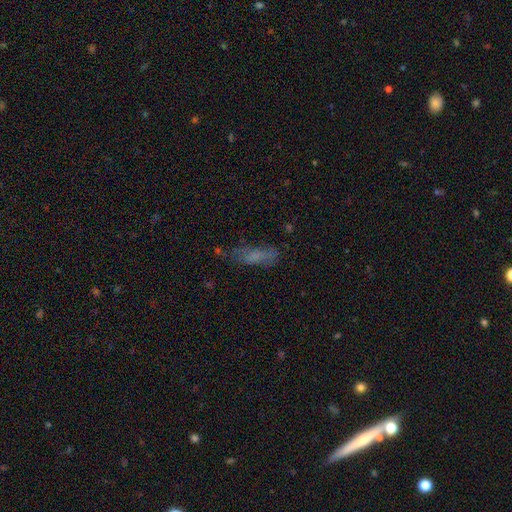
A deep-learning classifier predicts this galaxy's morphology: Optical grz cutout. It shows a smooth galaxy with no disk features (63%) that is in between round and cigar-shaped (50%). Merging: none (56%).